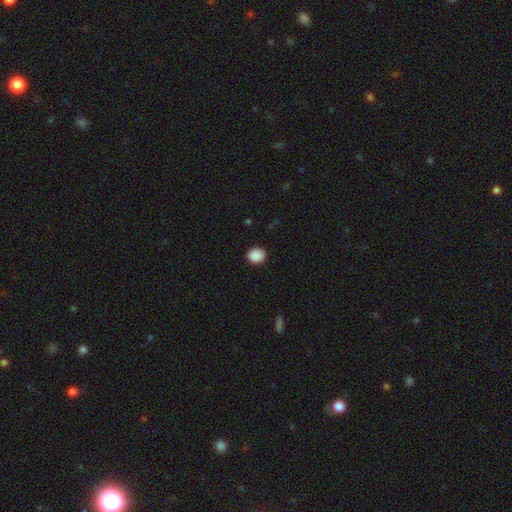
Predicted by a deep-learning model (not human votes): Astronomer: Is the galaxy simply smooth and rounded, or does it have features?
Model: smooth — 89%.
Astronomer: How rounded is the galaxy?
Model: round — 70%.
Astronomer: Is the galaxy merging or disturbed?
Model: none — 90%.